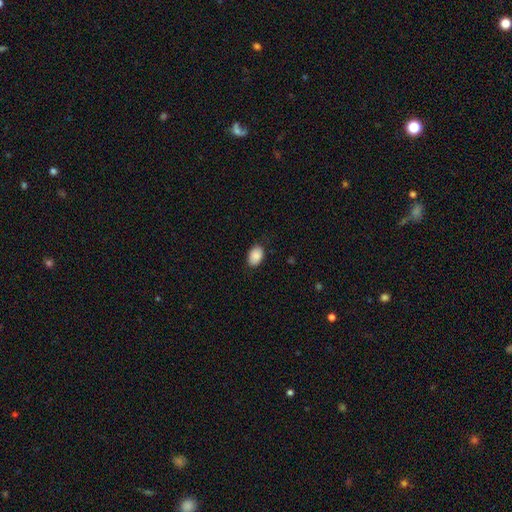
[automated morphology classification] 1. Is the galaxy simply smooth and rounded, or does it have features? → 89% smooth, 7% star or artifact, 4% featured or disk.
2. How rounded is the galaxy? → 86% in between, 13% round, 1% cigar-shaped.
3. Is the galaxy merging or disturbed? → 82% none, 14% minor disturbance, 3% major disturbance, 1% merger.